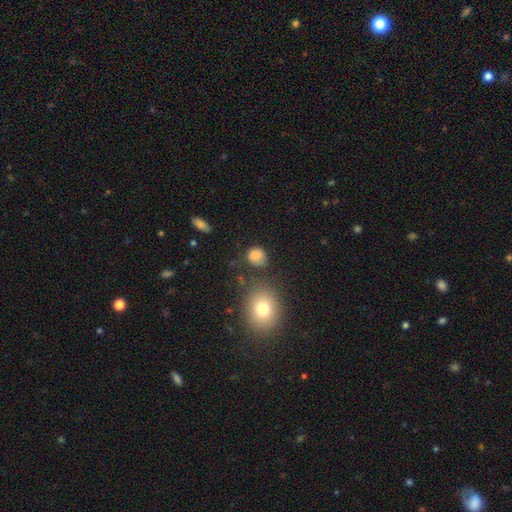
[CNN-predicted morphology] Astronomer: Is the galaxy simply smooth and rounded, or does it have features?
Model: smooth — 83%.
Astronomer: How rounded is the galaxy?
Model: round — 79%.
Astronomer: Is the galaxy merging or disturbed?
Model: none — 74%.